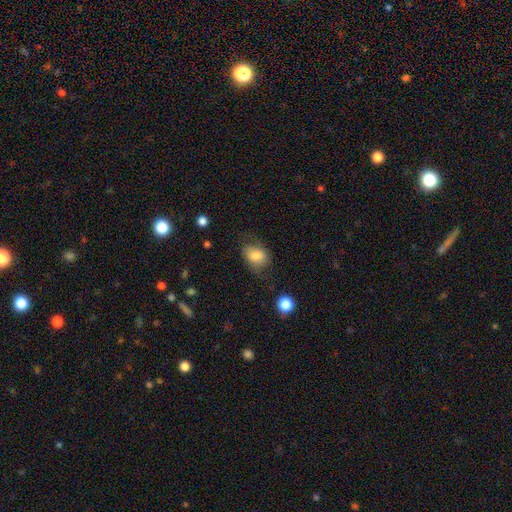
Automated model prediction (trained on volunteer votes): Smooth or featured?
  - smooth: 74% *
  - featured or disk: 17%
  - star or artifact: 9%
How rounded?
  - in between: 67% *
  - round: 32%
  - cigar-shaped: 1%
Merging?
  - none: 57% *
  - minor disturbance: 26%
  - major disturbance: 15%
  - merger: 2%